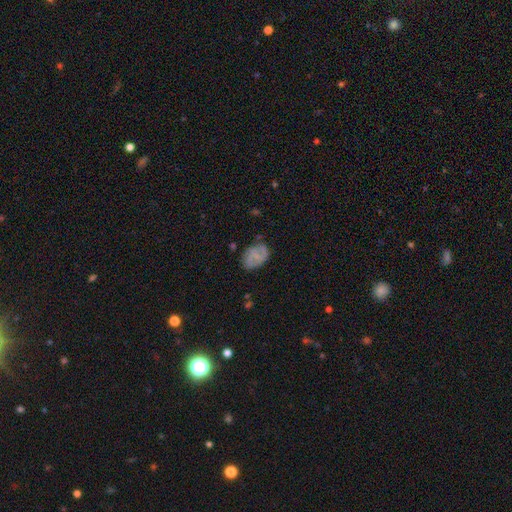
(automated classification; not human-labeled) smooth_or_featured: smooth (p=0.53) [alt: featured or disk p=0.38]
how_rounded: in between (p=0.81) [alt: round p=0.18]
merging: none (p=0.66) [alt: minor disturbance p=0.23]